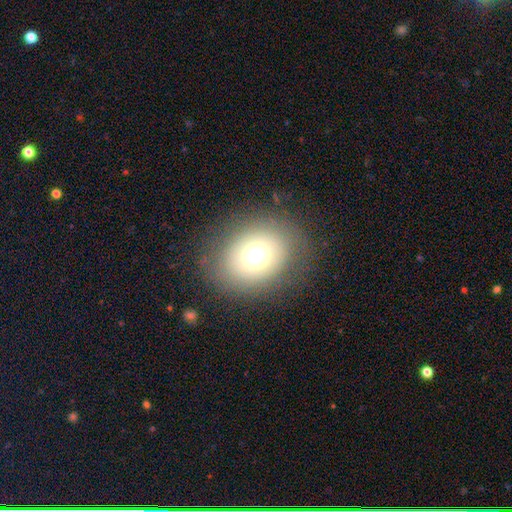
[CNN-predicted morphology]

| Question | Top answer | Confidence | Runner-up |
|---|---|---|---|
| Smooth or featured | smooth | 67% | featured or disk (17%) |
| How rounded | round | 57% | in between (42%) |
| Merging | none | 81% | minor disturbance (10%) |